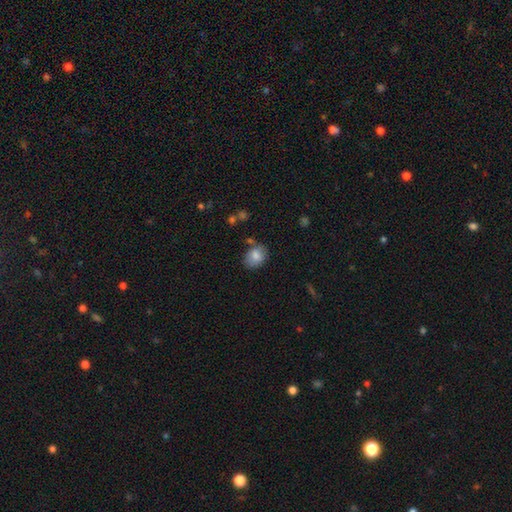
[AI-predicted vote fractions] Smooth or featured? Predicted: smooth (p=0.81). How rounded? Predicted: in between (p=0.61). Merging? Predicted: none (p=0.66).